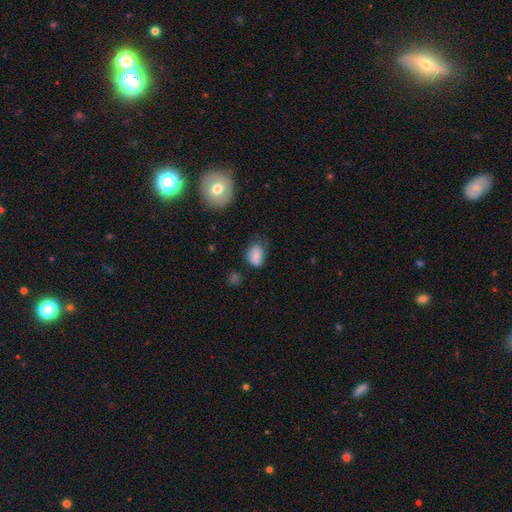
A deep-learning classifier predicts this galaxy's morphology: Smooth or featured?
  - smooth: 82% *
  - star or artifact: 9%
  - featured or disk: 9%
How rounded?
  - in between: 72% *
  - round: 27%
  - cigar-shaped: 1%
Merging?
  - none: 52% *
  - minor disturbance: 35%
  - major disturbance: 10%
  - merger: 3%